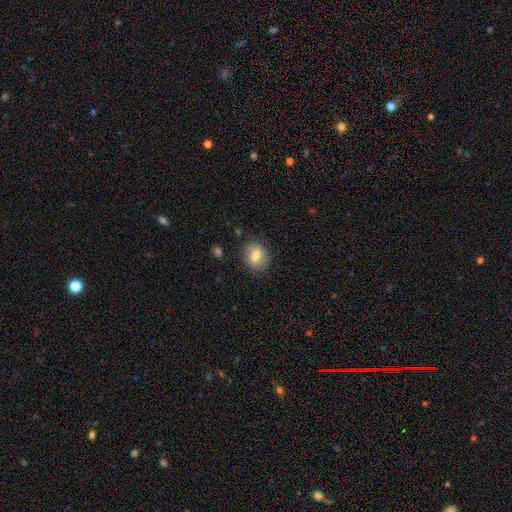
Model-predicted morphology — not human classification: type=smooth (68%); roundness=round (54%); merging=none (83%).